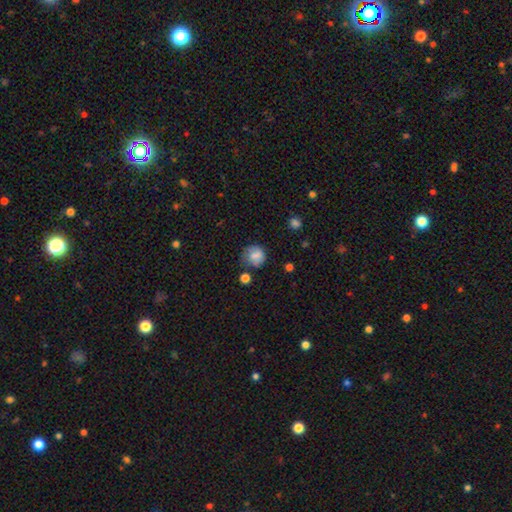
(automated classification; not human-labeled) A smooth galaxy with no disk features (76%) that is round (81%). Merging: none (58%).